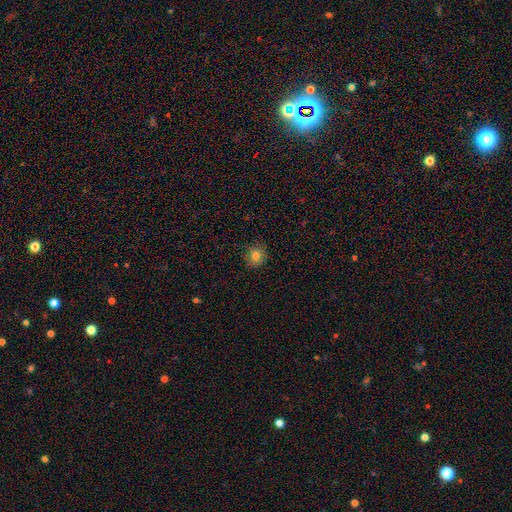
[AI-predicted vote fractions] This appears to be a smooth galaxy with no disk features (79%) that is round (84%). Merging: none (87%).